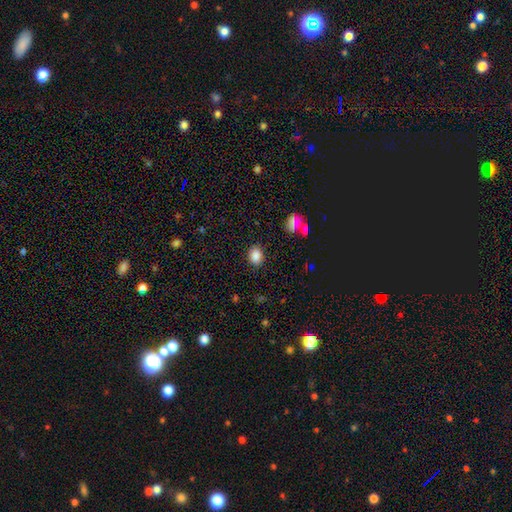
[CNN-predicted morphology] Q: Smooth or featured?
A: smooth (84%); runner-up: star or artifact (11%)
Q: How rounded?
A: in between (56%); runner-up: round (43%)
Q: Merging?
A: none (86%); runner-up: minor disturbance (10%)